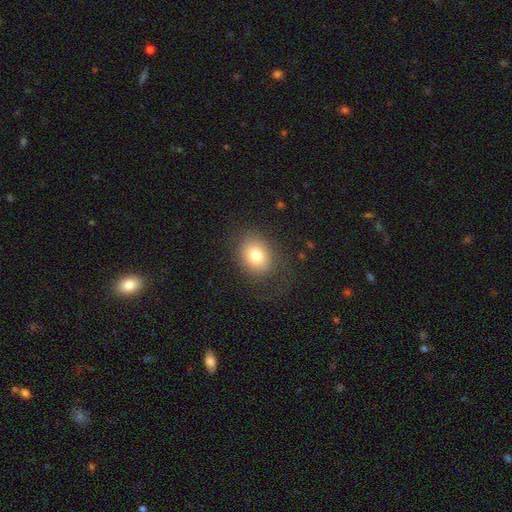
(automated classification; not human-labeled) Overall: smooth (76%). How rounded: in between (53%; round 46%). Merging: none (73%).